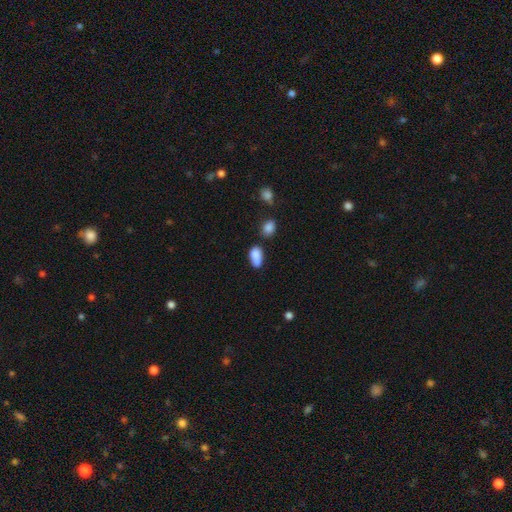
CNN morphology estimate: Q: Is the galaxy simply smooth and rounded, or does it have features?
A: smooth — 80%.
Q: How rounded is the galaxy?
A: in between — 86%.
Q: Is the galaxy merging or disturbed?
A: none — 38%.